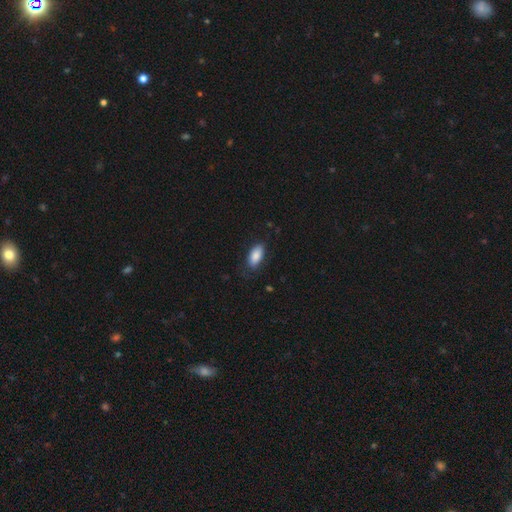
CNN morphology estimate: The model was most divided on "merging": none: 75%, minor disturbance: 19%, major disturbance: 5%, merger: 1%. More confident: how rounded — in between (90%); smooth or featured — smooth (85%).